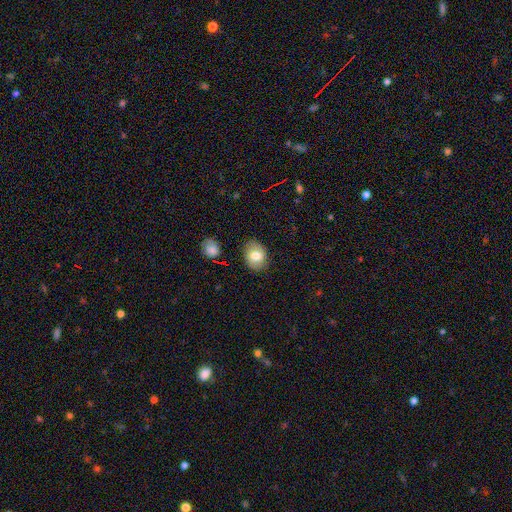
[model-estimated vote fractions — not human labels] Smooth or featured? smooth (79%)
How rounded? in between (60%)
Merging? none (83%)